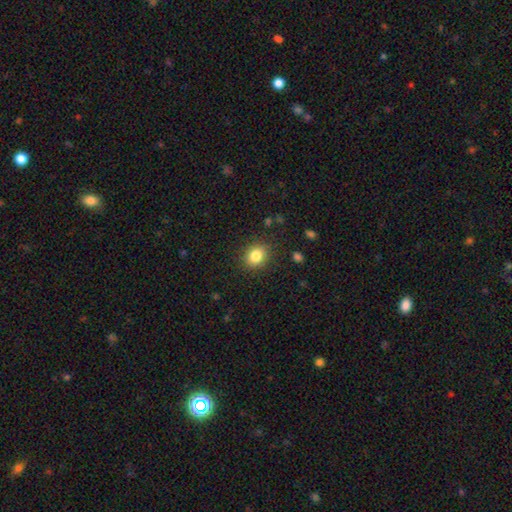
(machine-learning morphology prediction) Q: Smooth or featured?
A: smooth (84%); runner-up: star or artifact (10%)
Q: How rounded?
A: round (56%); runner-up: in between (43%)
Q: Merging?
A: none (86%); runner-up: minor disturbance (9%)